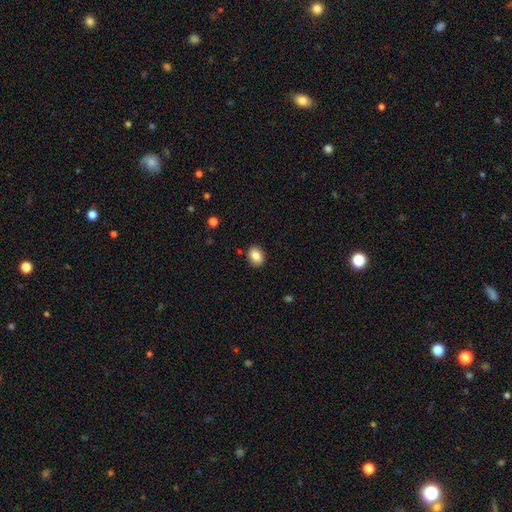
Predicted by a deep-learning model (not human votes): smooth-or-featured: smooth: 85% | star or artifact: 9% | featured or disk: 6%
  how-rounded: in between: 60% | round: 39% | cigar-shaped: 1%
  merging: none: 88% | minor disturbance: 8% | major disturbance: 2% | merger: 2%